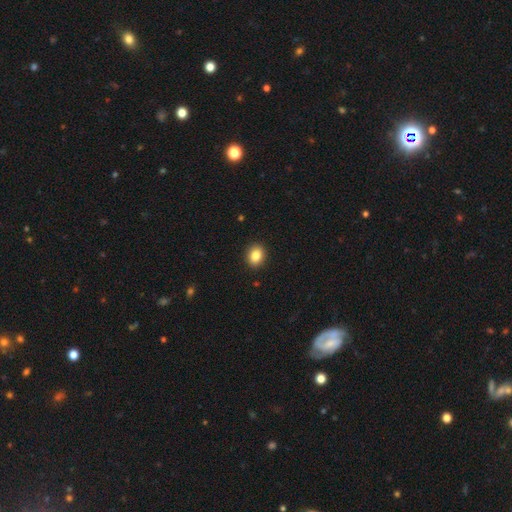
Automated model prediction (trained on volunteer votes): Overall: smooth (85%). How rounded: in between (50%; round 49%). Merging: none (91%).